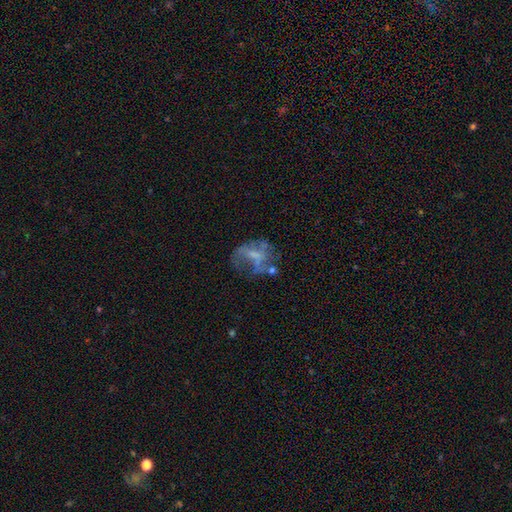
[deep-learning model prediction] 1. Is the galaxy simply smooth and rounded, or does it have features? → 55% featured or disk, 30% smooth, 15% star or artifact.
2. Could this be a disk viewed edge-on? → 97% no, 3% yes.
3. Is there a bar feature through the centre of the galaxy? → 65% no, 27% weak, 8% strong.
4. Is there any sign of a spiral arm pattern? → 75% no, 25% yes.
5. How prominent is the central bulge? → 46% none, 30% small, 20% moderate, 3% large, 1% dominant.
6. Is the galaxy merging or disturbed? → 36% major disturbance, 35% none, 19% minor disturbance, 10% merger.